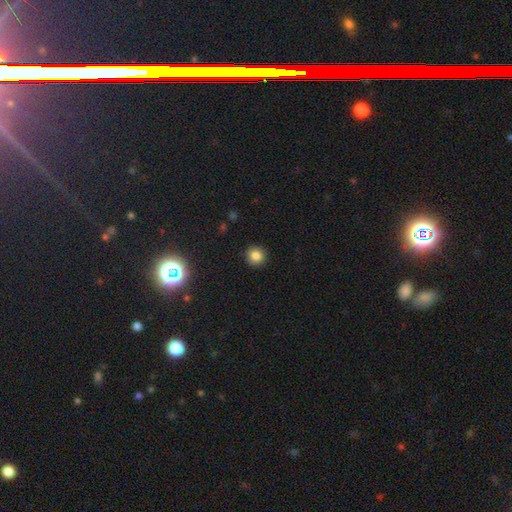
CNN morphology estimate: The model was most divided on "smooth or featured": smooth: 83%, star or artifact: 12%, featured or disk: 6%. More confident: how rounded — round (93%); merging — none (91%).